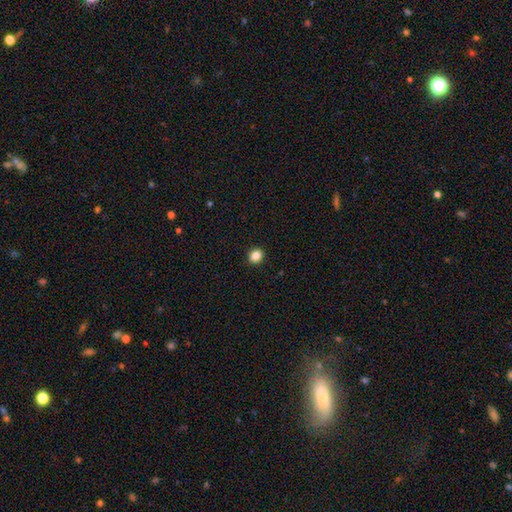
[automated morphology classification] Smooth or featured? smooth (85%)
How rounded? round (81%)
Merging? none (93%)